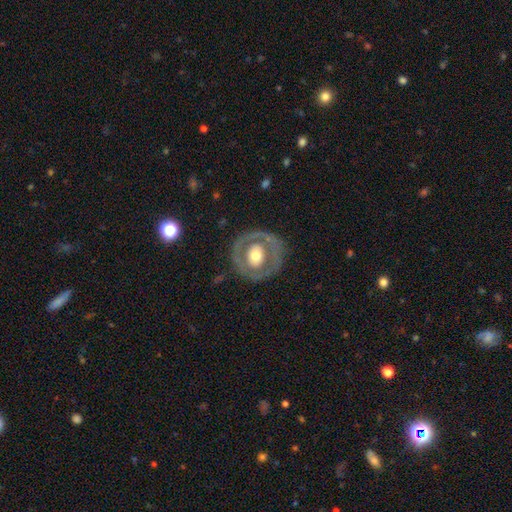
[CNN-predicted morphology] Overall: featured or disk (59%; smooth 36%). Edge-on disk: no (95%). Bar: no (81%). Spiral arms: no (83%). Bulge size: moderate (60%; large 30%). Merging: none (76%).